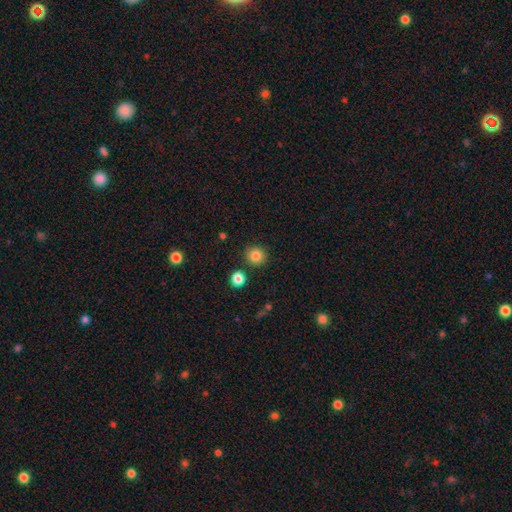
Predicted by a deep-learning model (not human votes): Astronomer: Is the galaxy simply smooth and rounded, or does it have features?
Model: smooth — 85%.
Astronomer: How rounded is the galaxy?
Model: round — 91%.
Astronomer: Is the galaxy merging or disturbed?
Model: none — 87%.